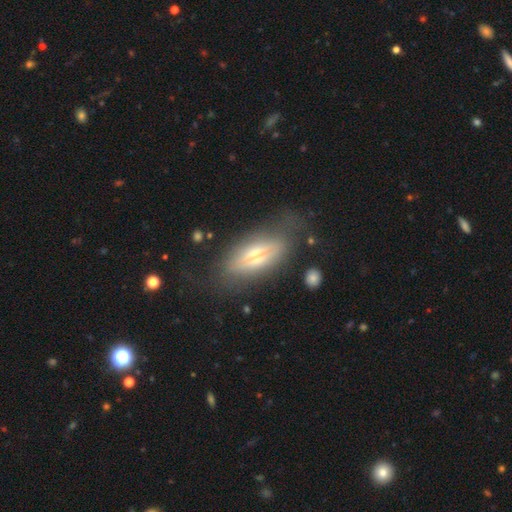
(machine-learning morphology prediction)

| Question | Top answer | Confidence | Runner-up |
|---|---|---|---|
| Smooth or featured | featured or disk | 59% | smooth (33%) |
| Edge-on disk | yes | 77% | no (23%) |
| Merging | none | 60% | minor disturbance (22%) |